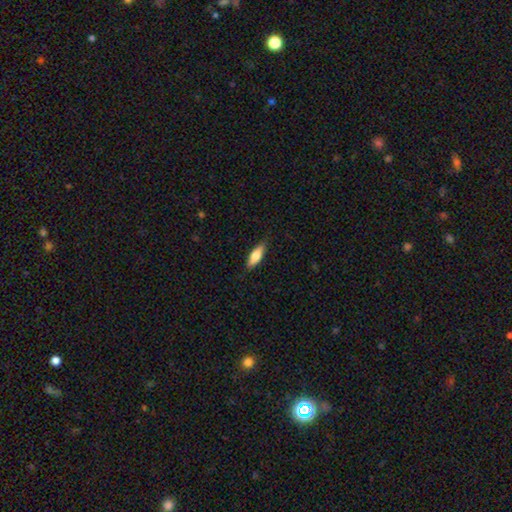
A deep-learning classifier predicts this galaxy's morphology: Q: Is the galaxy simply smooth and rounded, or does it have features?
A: smooth — 70%.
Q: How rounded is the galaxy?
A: in between — 56%.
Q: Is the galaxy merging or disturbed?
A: none — 85%.